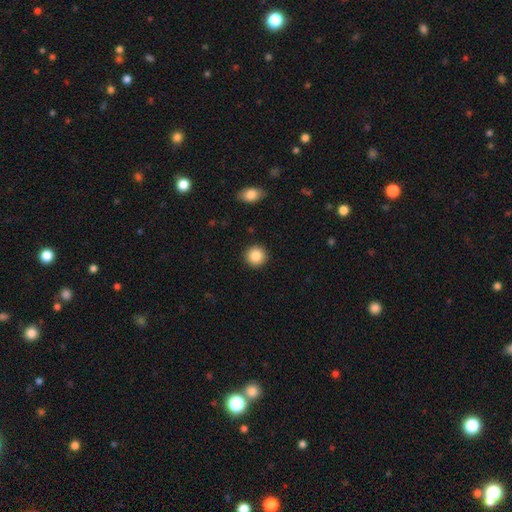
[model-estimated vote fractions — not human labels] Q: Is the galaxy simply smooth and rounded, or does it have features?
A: smooth — 86%.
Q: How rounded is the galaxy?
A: round — 95%.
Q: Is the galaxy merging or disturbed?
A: none — 92%.